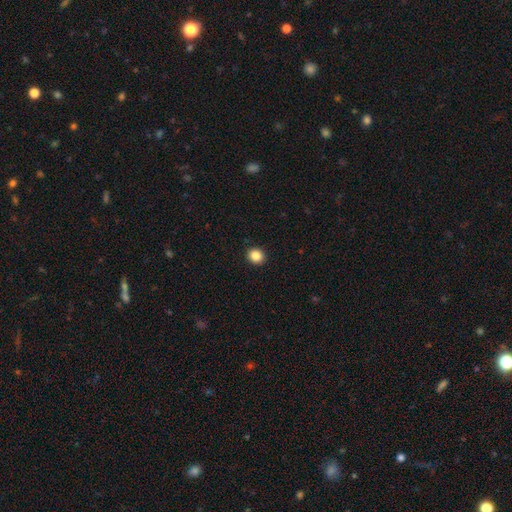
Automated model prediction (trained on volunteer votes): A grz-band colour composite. It shows a smooth galaxy with no disk features (87%) that is round (77%). Merging: none (92%).